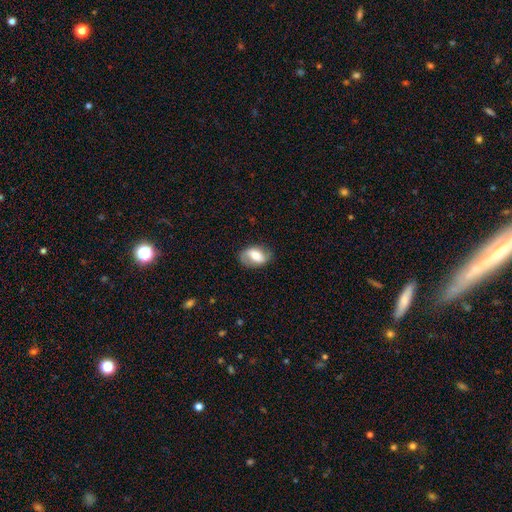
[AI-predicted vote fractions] Q: Smooth or featured?
A: featured or disk (53%); runner-up: smooth (39%)
Q: Edge-on disk?
A: no (95%); runner-up: yes (5%)
Q: Bar?
A: weak (40%); runner-up: strong (32%)
Q: Spiral arms?
A: yes (80%); runner-up: no (20%)
Q: Bulge size?
A: moderate (51%); runner-up: large (23%)
Q: Merging?
A: none (74%); runner-up: minor disturbance (18%)